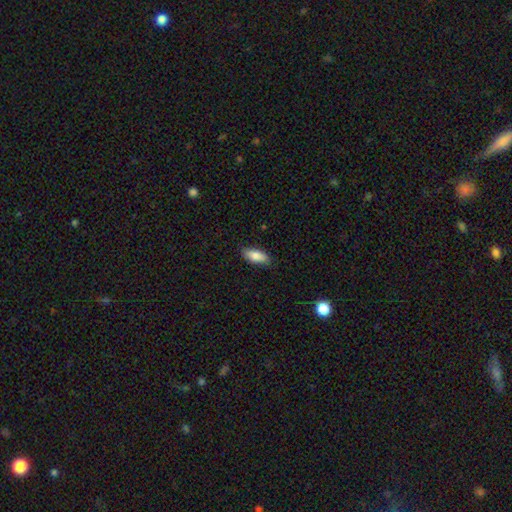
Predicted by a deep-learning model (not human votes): Smooth or featured? smooth (83%)
How rounded? in between (81%)
Merging? none (86%)